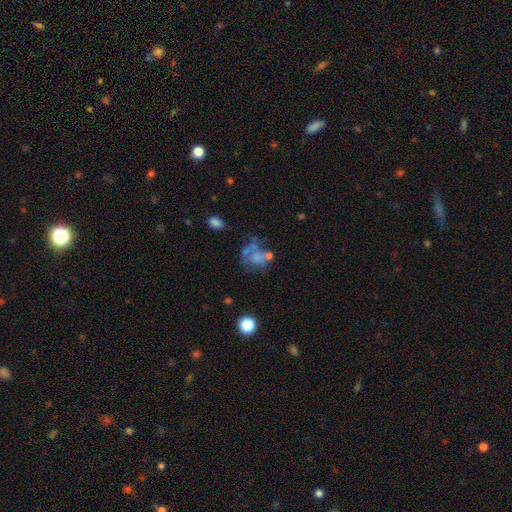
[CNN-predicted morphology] This appears to be a smooth galaxy with no disk features (47%). Merging: none (30%).